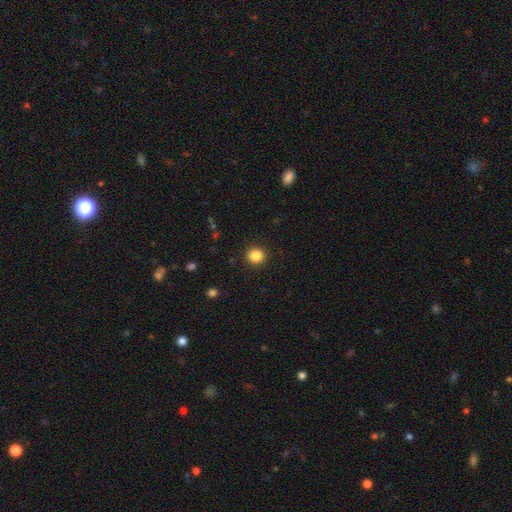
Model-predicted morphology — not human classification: smooth_or_featured: smooth (p=0.86) [alt: star or artifact p=0.10]
how_rounded: round (p=0.88) [alt: in between p=0.12]
merging: none (p=0.91) [alt: minor disturbance p=0.06]